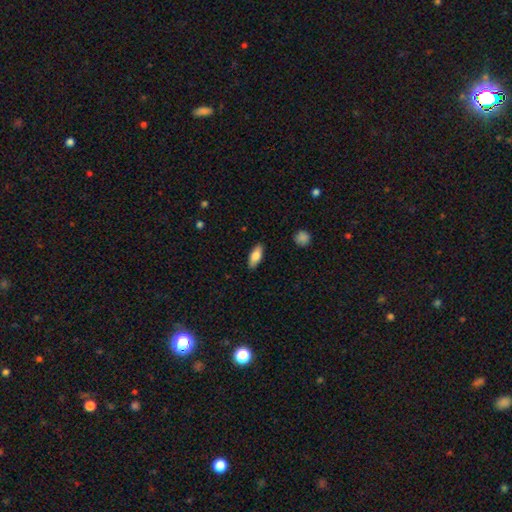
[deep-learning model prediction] Smooth or featured?
  - smooth: 78% *
  - featured or disk: 16%
  - star or artifact: 6%
How rounded?
  - in between: 80% *
  - cigar-shaped: 17%
  - round: 2%
Merging?
  - none: 88% *
  - minor disturbance: 9%
  - major disturbance: 2%
  - merger: 1%